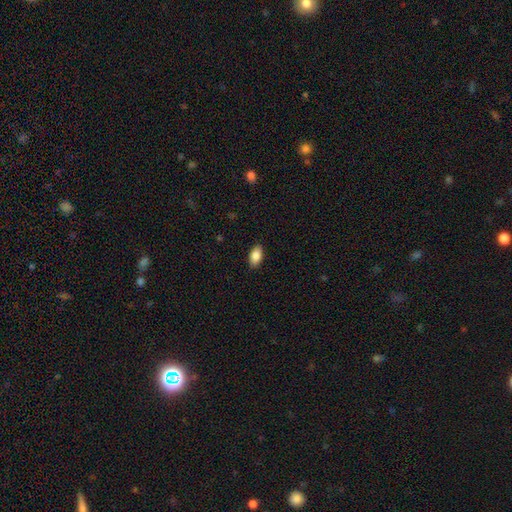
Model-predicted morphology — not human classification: Overall: smooth (87%). How rounded: in between (92%). Merging: none (88%).